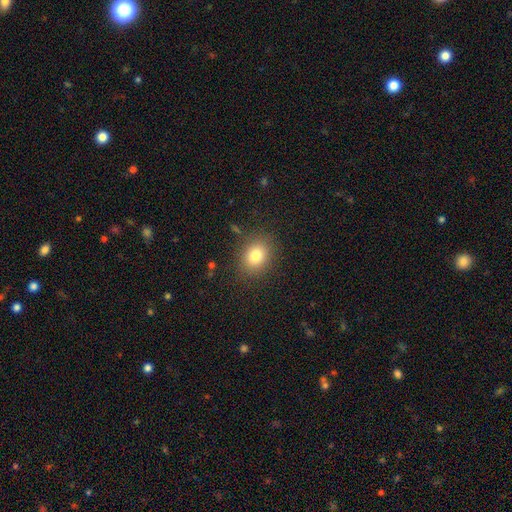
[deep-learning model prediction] This appears to be a smooth galaxy with no disk features (80%) that is round (55%). Merging: none (86%).